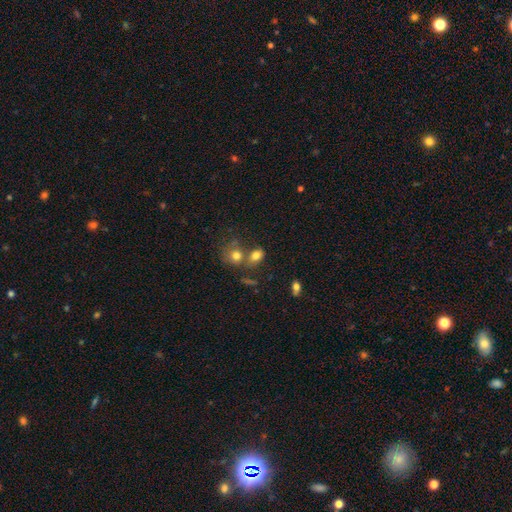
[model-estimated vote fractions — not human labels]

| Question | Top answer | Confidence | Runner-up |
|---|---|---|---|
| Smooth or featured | smooth | 79% | star or artifact (12%) |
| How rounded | in between | 70% | round (29%) |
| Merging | none | 50% | merger (32%) |